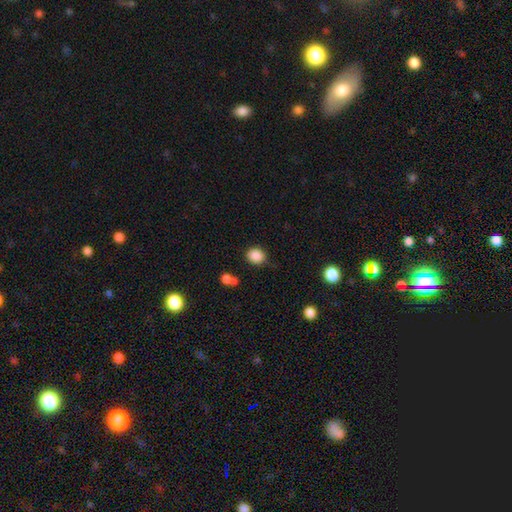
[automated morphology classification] Q: Smooth or featured?
A: smooth (87%); runner-up: star or artifact (9%)
Q: How rounded?
A: round (72%); runner-up: in between (28%)
Q: Merging?
A: none (80%); runner-up: minor disturbance (12%)